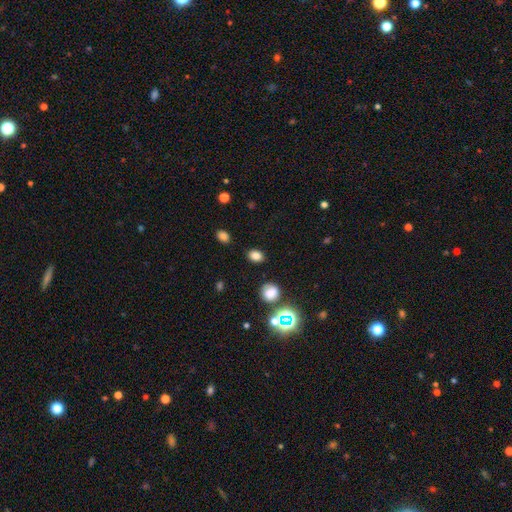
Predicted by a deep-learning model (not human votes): The model was most divided on "how rounded": in between: 68%, round: 31%, cigar-shaped: 1%. More confident: merging — none (84%); smooth or featured — smooth (80%).